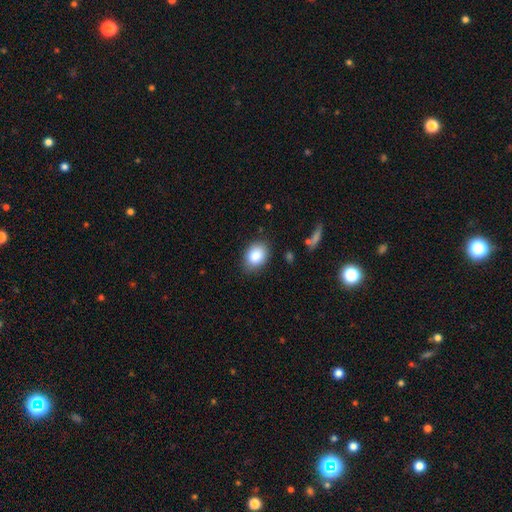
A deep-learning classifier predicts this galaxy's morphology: type=smooth (86%); roundness=in between (70%); merging=none (82%).